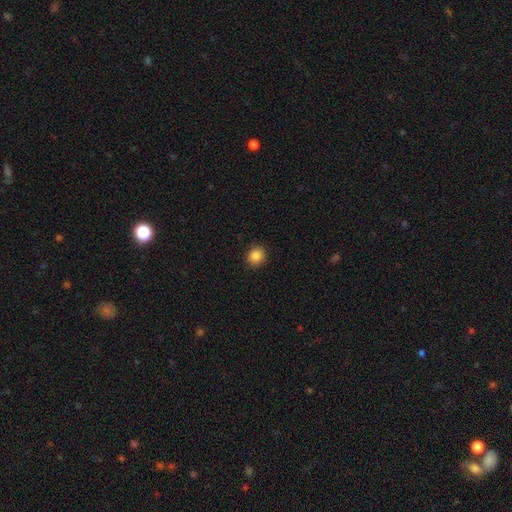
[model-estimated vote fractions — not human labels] Smooth or featured? smooth (86%)
How rounded? round (85%)
Merging? none (90%)